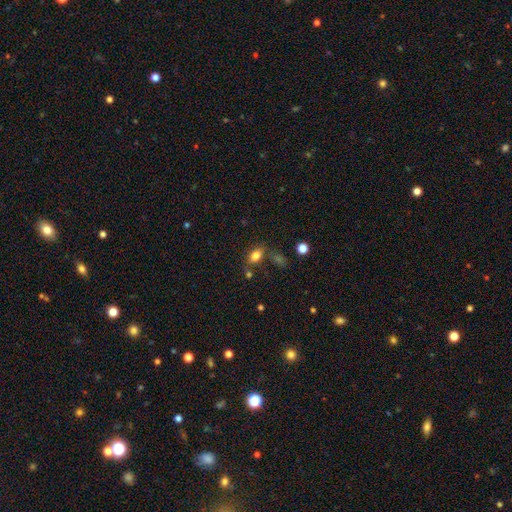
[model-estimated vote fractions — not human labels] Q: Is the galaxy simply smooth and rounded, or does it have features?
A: smooth — 81%.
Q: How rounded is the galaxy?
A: in between — 84%.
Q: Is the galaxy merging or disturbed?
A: none — 69%.